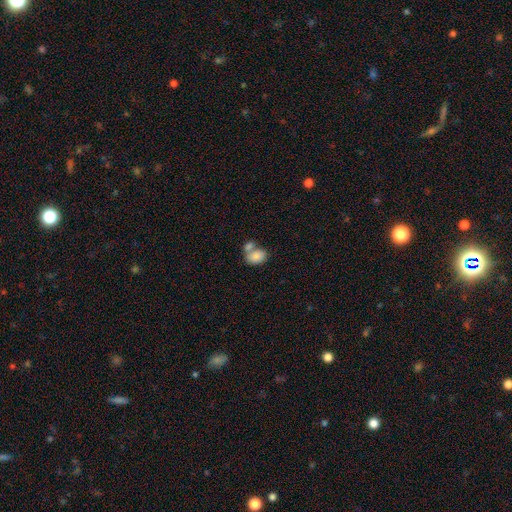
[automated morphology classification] This appears to be a smooth galaxy with no disk features (82%) that is in between round and cigar-shaped (79%). Merging: merger (53%).